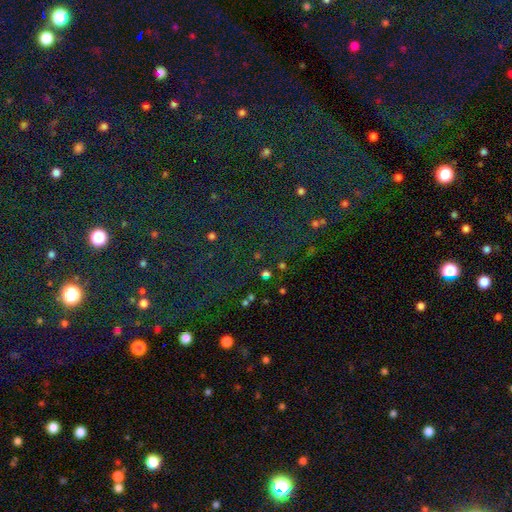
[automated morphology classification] The model was most divided on "smooth or featured": star or artifact: 80%, smooth: 12%, featured or disk: 7%.